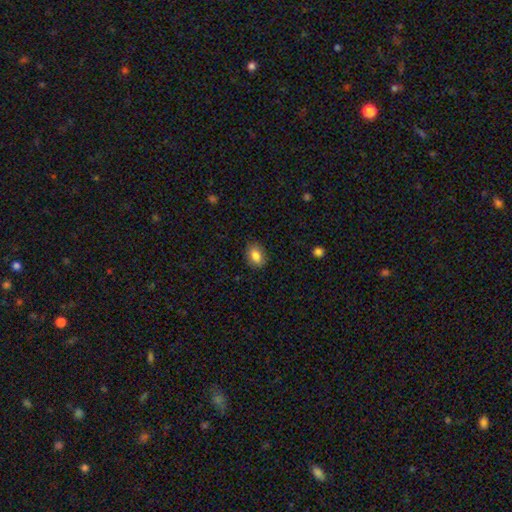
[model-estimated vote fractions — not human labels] Smooth or featured?
  - smooth: 83% *
  - star or artifact: 9%
  - featured or disk: 8%
How rounded?
  - in between: 67% *
  - round: 32%
  - cigar-shaped: 1%
Merging?
  - none: 85% *
  - minor disturbance: 12%
  - major disturbance: 2%
  - merger: 1%